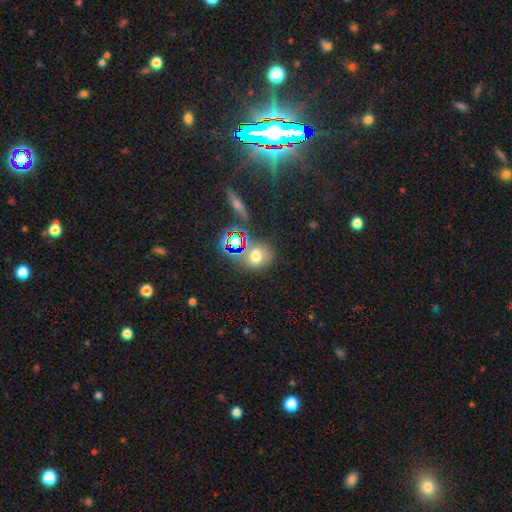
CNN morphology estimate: smooth_or_featured: smooth (p=0.58) [alt: star or artifact p=0.30]
how_rounded: round (p=0.56) [alt: in between p=0.42]
merging: none (p=0.68) [alt: minor disturbance p=0.13]